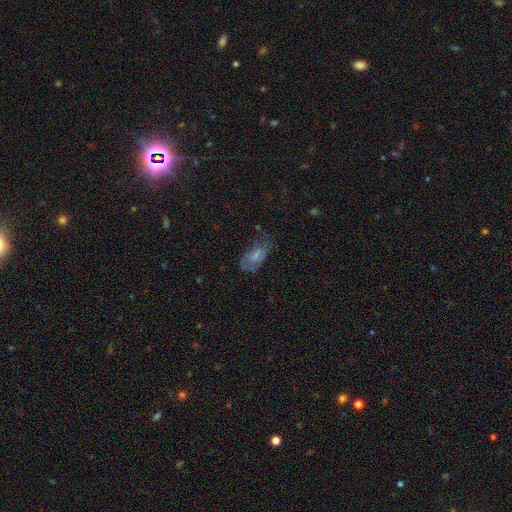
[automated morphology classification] Smooth or featured: smooth — 60% (featured or disk — 31%)
How rounded: in between — 91% (cigar-shaped — 4%)
Merging: none — 44% (minor disturbance — 31%)